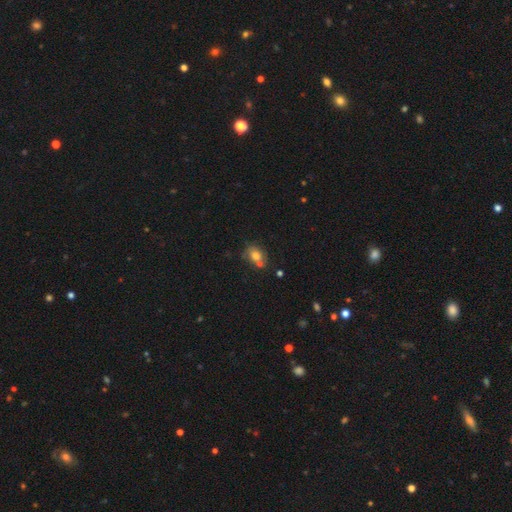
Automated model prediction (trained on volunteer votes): Smooth or featured? Predicted: smooth (p=0.73). How rounded? Predicted: in between (p=0.53). Merging? Predicted: none (p=0.49).